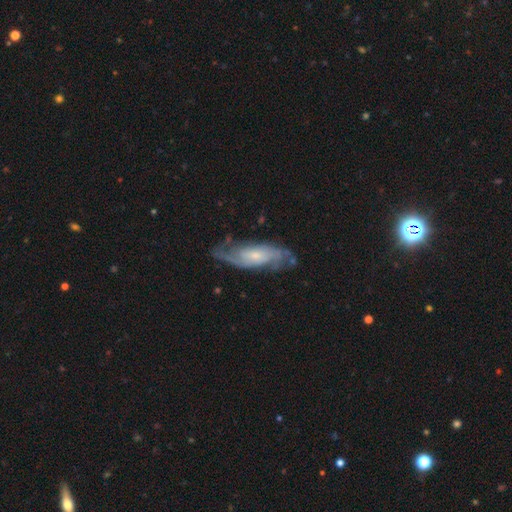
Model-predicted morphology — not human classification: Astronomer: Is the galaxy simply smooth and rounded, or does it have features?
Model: featured or disk — 80%.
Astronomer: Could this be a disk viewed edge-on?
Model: no — 87%.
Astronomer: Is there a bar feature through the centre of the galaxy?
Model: no — 58% (runner-up: weak, 34%).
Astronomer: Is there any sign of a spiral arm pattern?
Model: yes — 93%.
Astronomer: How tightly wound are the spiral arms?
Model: medium — 44% (runner-up: tight, 32%).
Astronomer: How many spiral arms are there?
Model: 2 — 64%.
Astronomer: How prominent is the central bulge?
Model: small — 62%.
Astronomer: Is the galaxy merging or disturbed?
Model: none — 68%.